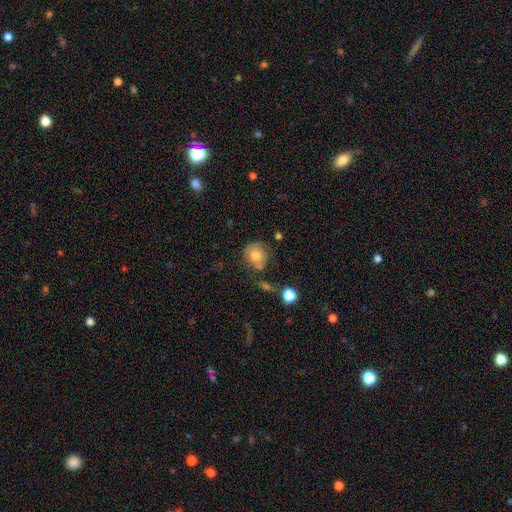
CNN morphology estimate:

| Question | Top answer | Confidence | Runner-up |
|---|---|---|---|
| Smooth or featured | smooth | 65% | featured or disk (25%) |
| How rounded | round | 73% | in between (26%) |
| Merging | none | 49% | minor disturbance (26%) |